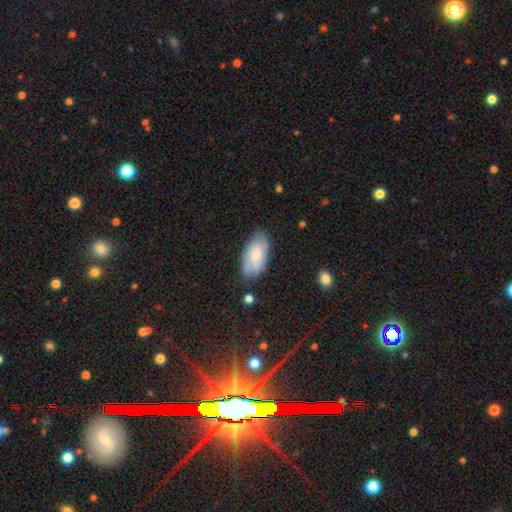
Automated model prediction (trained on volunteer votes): Smooth or featured: smooth — 63% (featured or disk — 31%)
How rounded: in between — 93% (round — 3%)
Merging: none — 69% (minor disturbance — 23%)